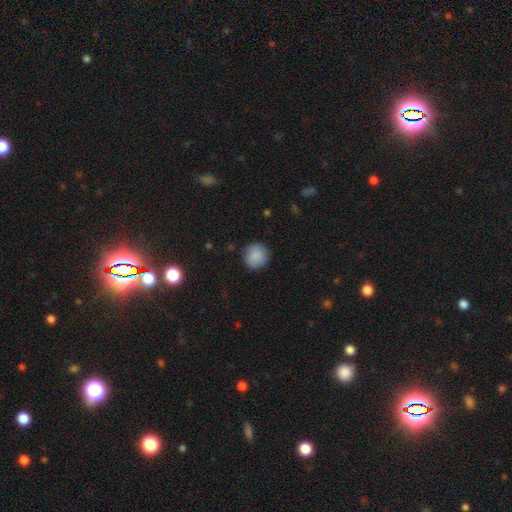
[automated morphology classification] Smooth or featured?
  - smooth: 88% *
  - star or artifact: 8%
  - featured or disk: 5%
How rounded?
  - round: 91% *
  - in between: 8%
  - cigar-shaped: 1%
Merging?
  - none: 85% *
  - minor disturbance: 11%
  - major disturbance: 3%
  - merger: 1%